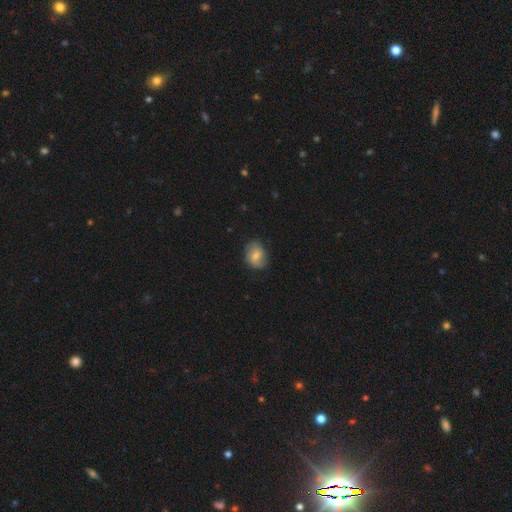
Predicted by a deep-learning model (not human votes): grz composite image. It shows a smooth galaxy with no disk features (62%) that is in between round and cigar-shaped (56%). Merging: none (74%).